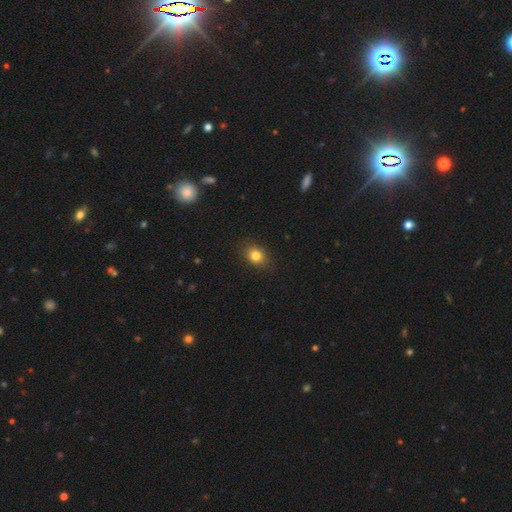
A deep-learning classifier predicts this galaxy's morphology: Smooth or featured? Predicted: smooth (p=0.82). How rounded? Predicted: in between (p=0.52). Merging? Predicted: none (p=0.86).